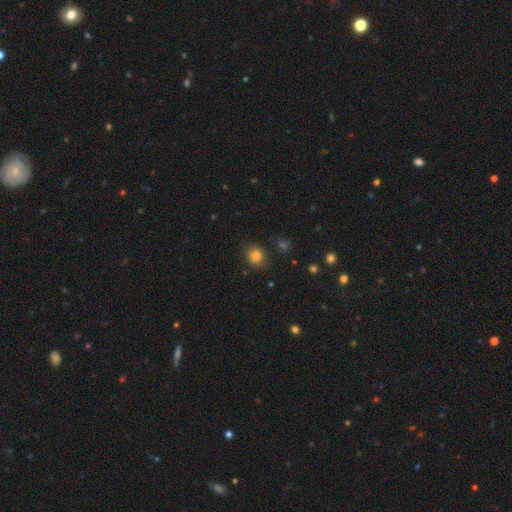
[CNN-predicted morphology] Smooth or featured? Predicted: smooth (p=0.83). How rounded? Predicted: round (p=0.72). Merging? Predicted: none (p=0.82).